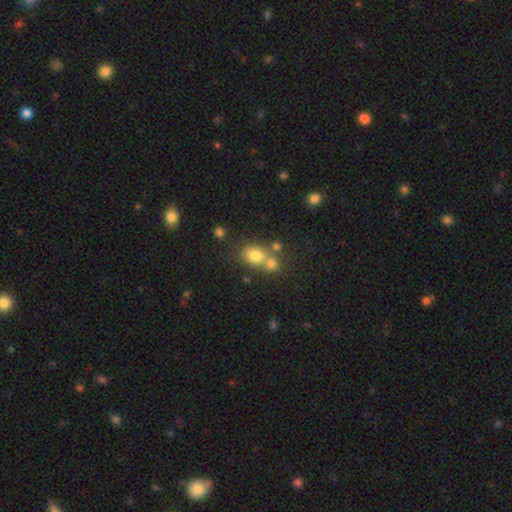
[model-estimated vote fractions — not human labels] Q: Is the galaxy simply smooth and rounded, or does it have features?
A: smooth — 76%.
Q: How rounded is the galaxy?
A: round — 53%.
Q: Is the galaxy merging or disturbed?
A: none — 44%.